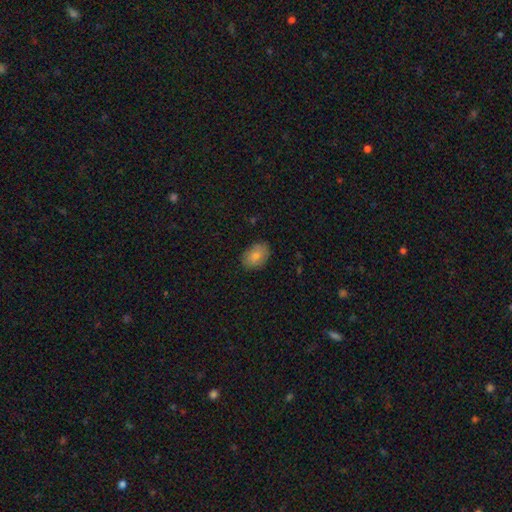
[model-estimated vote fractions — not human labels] Overall: smooth (83%). How rounded: in between (79%). Merging: none (84%).